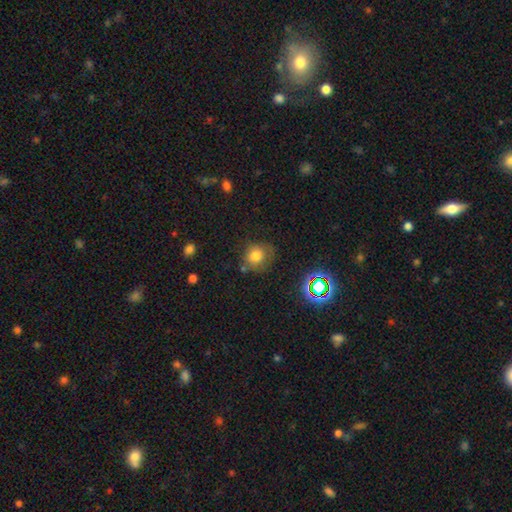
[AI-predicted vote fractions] smooth_or_featured: smooth (p=0.75) [alt: star or artifact p=0.14]
how_rounded: round (p=0.79) [alt: in between p=0.20]
merging: none (p=0.65) [alt: minor disturbance p=0.21]